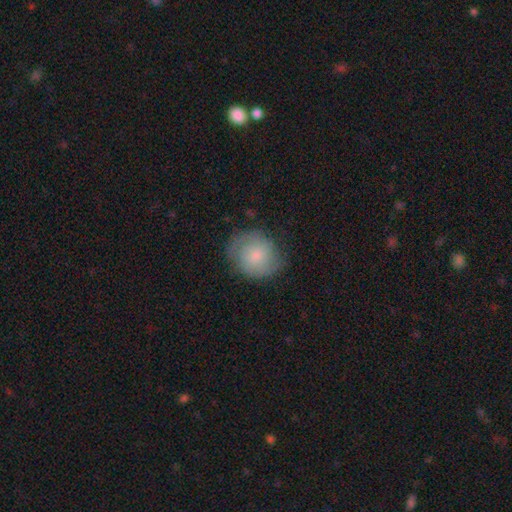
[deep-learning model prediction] This is possibly a smooth galaxy (48%). Merging: likely none (73%).